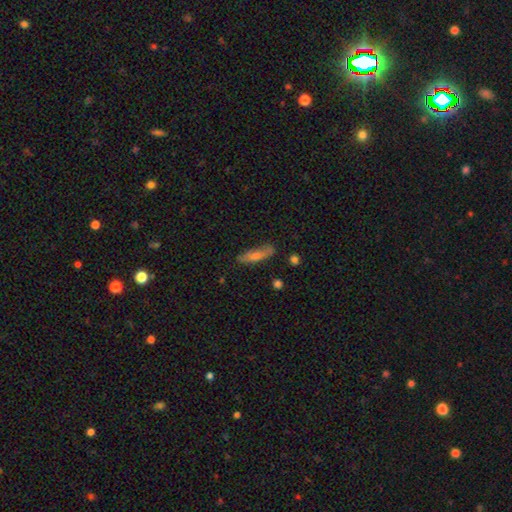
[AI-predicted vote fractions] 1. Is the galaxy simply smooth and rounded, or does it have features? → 53% smooth, 39% featured or disk, 8% star or artifact.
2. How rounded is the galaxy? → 69% cigar-shaped, 28% in between, 3% round.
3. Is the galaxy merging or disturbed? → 79% none, 16% minor disturbance, 3% major disturbance, 2% merger.